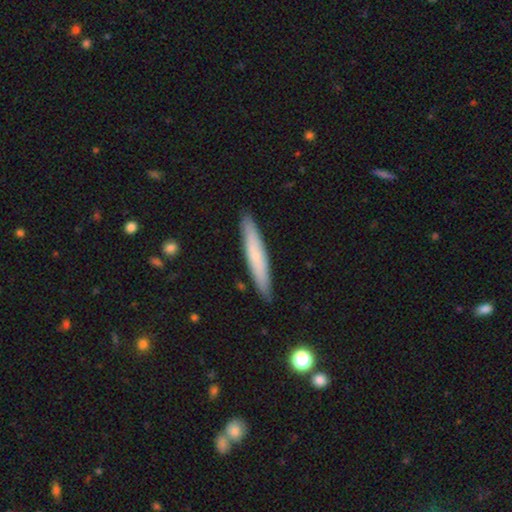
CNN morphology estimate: type=smooth (65%); roundness=cigar-shaped (94%); merging=none (90%).